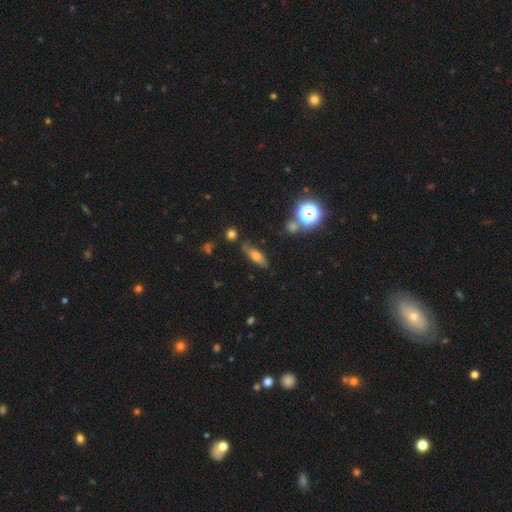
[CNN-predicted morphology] Overall: smooth (57%; featured or disk 26%). How rounded: in between (49%; cigar-shaped 43%). Merging: none (73%).